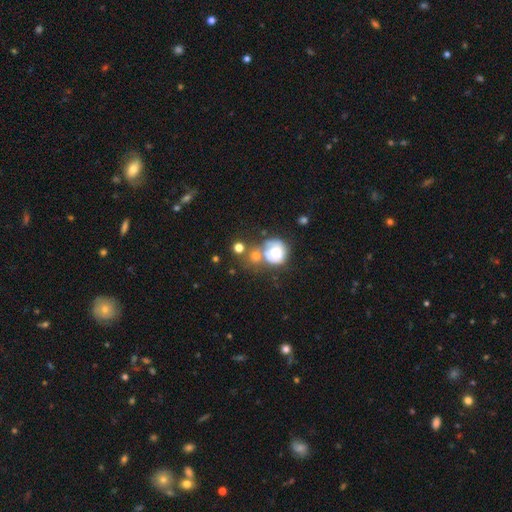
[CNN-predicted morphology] The model was most divided on "merging": merger: 36%, none: 35%, minor disturbance: 15%, major disturbance: 14%. More confident: how rounded — round (77%); smooth or featured — smooth (57%).